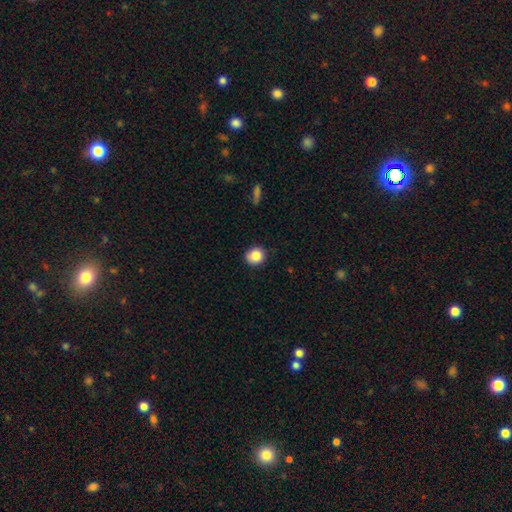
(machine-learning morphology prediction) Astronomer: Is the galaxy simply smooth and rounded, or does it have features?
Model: smooth — 86%.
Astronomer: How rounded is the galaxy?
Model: round — 85%.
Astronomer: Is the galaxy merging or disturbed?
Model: none — 85%.